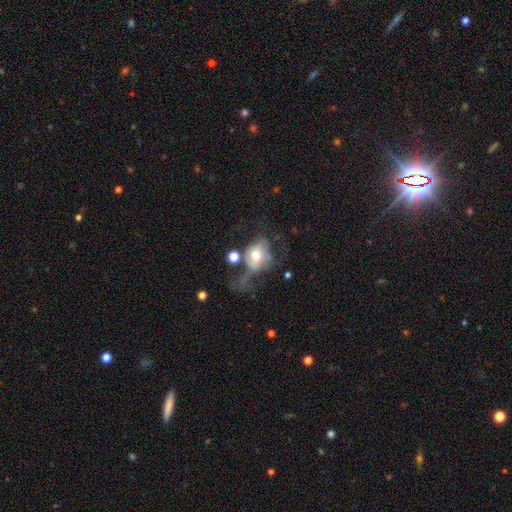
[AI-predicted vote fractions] Q: Smooth or featured?
A: smooth (56%); runner-up: featured or disk (34%)
Q: How rounded?
A: round (51%); runner-up: in between (48%)
Q: Merging?
A: major disturbance (45%); runner-up: none (21%)